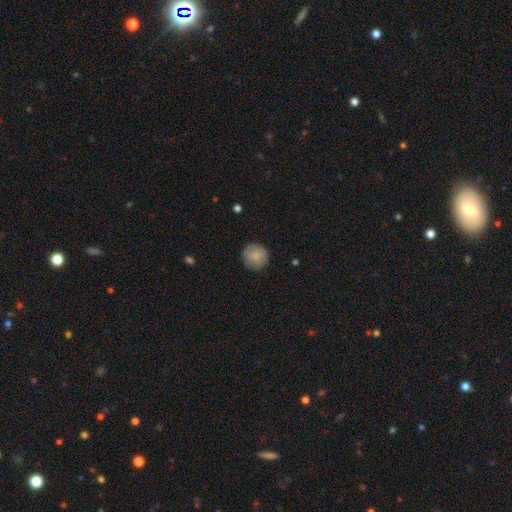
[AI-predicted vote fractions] Overall: smooth (86%). How rounded: round (94%). Merging: none (88%).